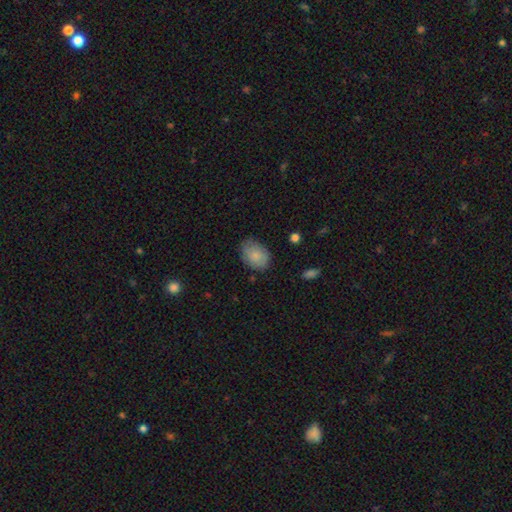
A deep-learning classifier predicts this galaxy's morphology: type=smooth (81%); roundness=in between (75%); merging=none (73%).